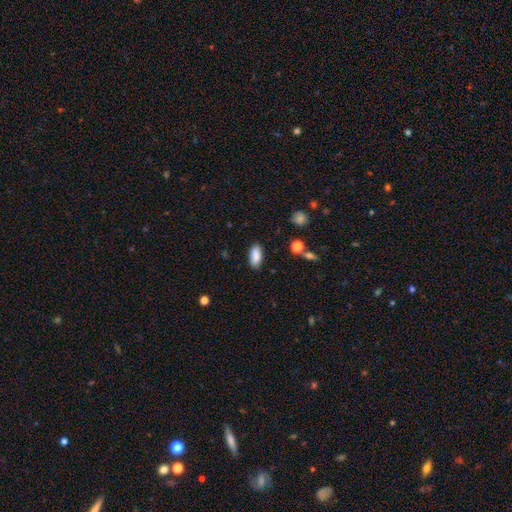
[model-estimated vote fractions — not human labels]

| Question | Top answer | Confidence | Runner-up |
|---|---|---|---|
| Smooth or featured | smooth | 87% | star or artifact (8%) |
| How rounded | in between | 85% | cigar-shaped (13%) |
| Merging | none | 84% | minor disturbance (11%) |